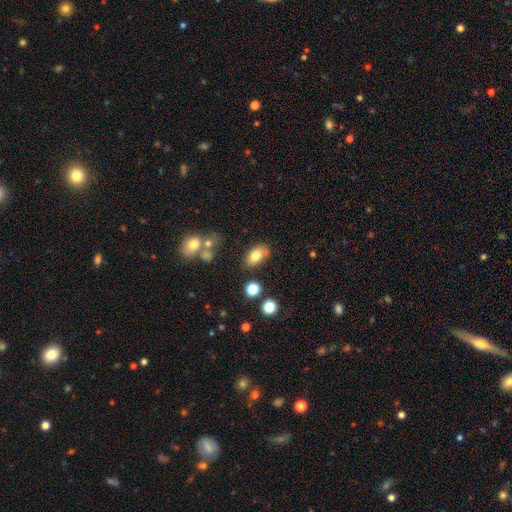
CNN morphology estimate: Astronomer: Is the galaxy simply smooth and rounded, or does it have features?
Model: smooth — 78%.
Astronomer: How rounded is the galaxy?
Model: in between — 89%.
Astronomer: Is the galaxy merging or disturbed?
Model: none — 74%.